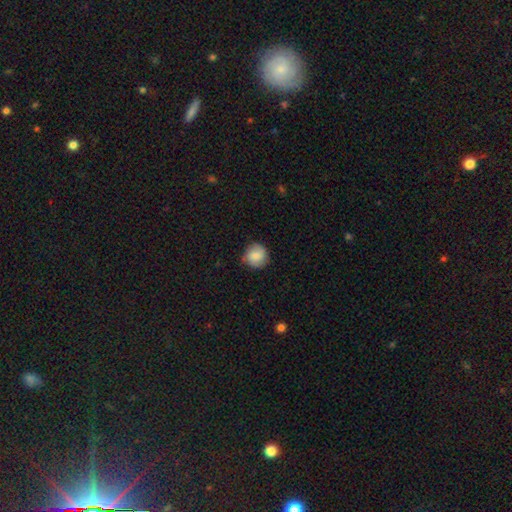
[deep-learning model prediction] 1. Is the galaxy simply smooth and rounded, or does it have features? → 81% smooth, 12% featured or disk, 7% star or artifact.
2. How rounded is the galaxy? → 90% round, 9% in between, 1% cigar-shaped.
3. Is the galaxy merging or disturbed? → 79% none, 16% minor disturbance, 3% major disturbance, 1% merger.